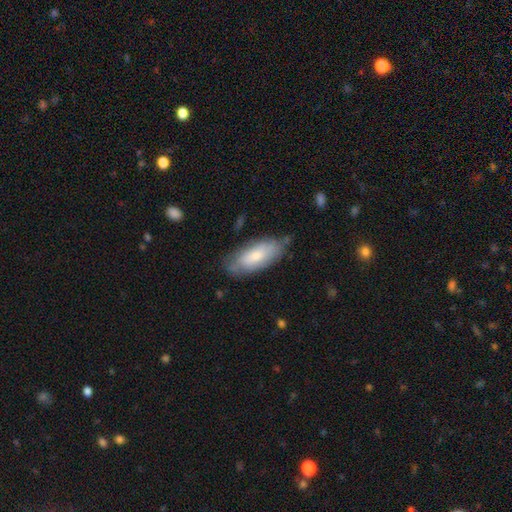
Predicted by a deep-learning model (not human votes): smooth_or_featured: smooth (p=0.67) [alt: featured or disk p=0.27]
how_rounded: in between (p=0.83) [alt: cigar-shaped p=0.15]
merging: none (p=0.70) [alt: minor disturbance p=0.23]